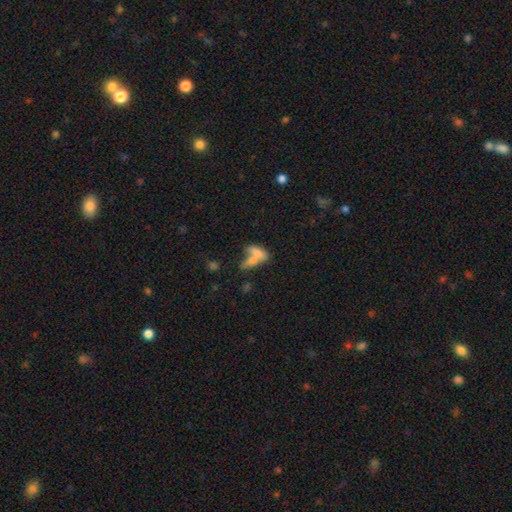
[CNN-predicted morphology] Smooth or featured? Predicted: smooth (p=0.72). How rounded? Predicted: in between (p=0.73). Merging? Predicted: merger (p=0.61).